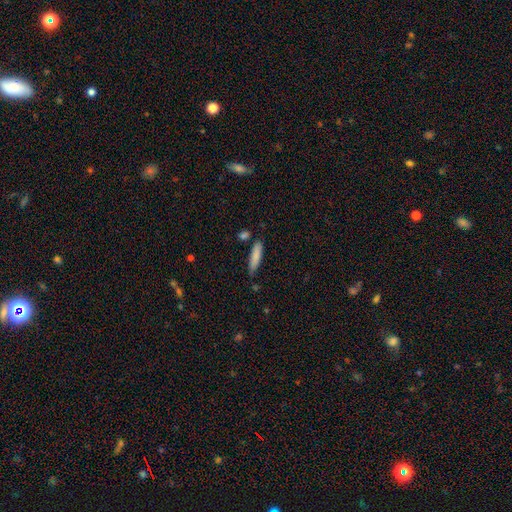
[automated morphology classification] Smooth or featured?
  - smooth: 84% *
  - featured or disk: 10%
  - star or artifact: 6%
How rounded?
  - cigar-shaped: 77% *
  - in between: 21%
  - round: 1%
Merging?
  - none: 76% *
  - minor disturbance: 17%
  - merger: 5%
  - major disturbance: 3%